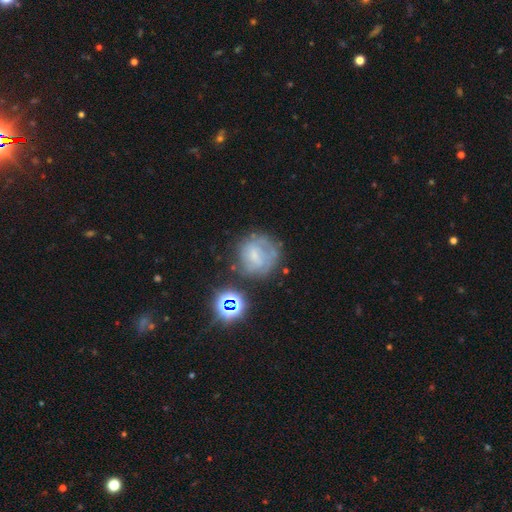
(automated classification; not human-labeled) This appears to be a featured or disk galaxy (46%). Merging: none (57%).